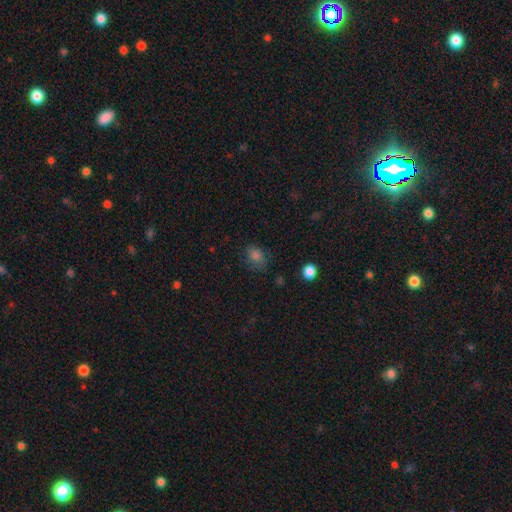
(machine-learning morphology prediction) smooth_or_featured: smooth (p=0.78) [alt: star or artifact p=0.15]
how_rounded: in between (p=0.57) [alt: round p=0.42]
merging: none (p=0.70) [alt: minor disturbance p=0.21]